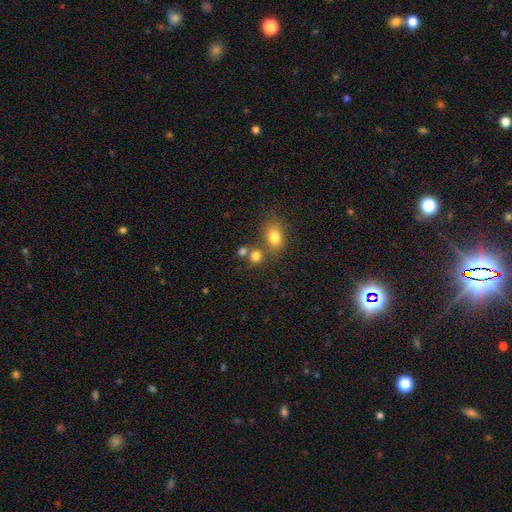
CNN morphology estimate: Q: Smooth or featured?
A: smooth (78%); runner-up: star or artifact (14%)
Q: How rounded?
A: round (74%); runner-up: in between (25%)
Q: Merging?
A: none (59%); runner-up: merger (27%)